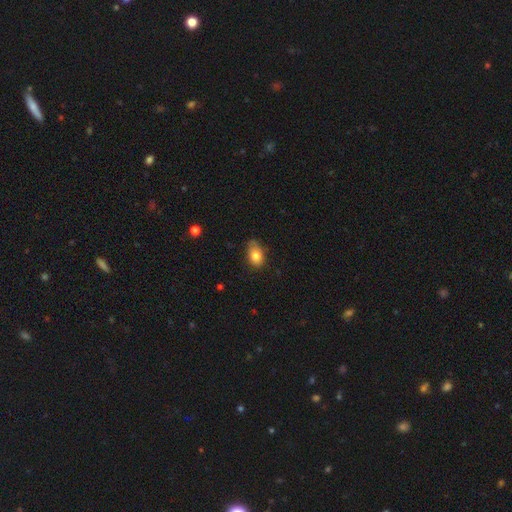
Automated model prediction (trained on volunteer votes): This appears to be a smooth galaxy with no disk features (81%) that is in between round and cigar-shaped (78%). Merging: none (63%).